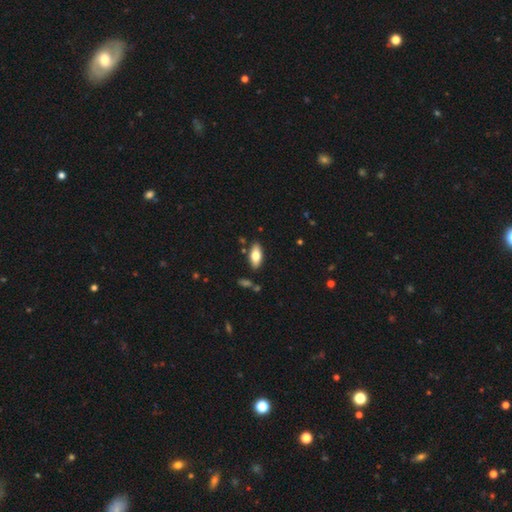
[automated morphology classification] A smooth galaxy with no disk features (76%) that is in between round and cigar-shaped (87%). Merging: none (85%).